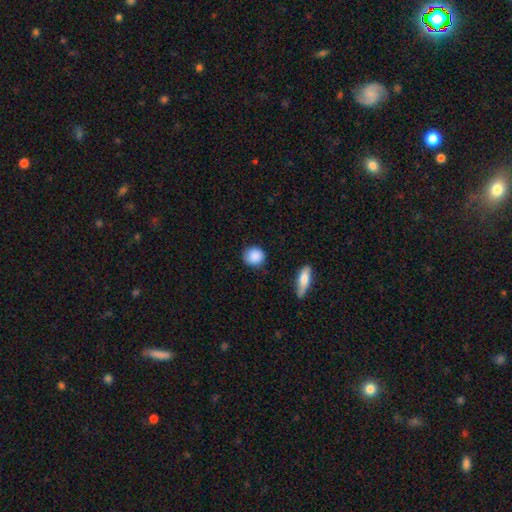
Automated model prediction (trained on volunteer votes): smooth 88%, star or artifact 7%, featured or disk 5%. Down the decision tree: how rounded — round (85%); merging — none (82%).